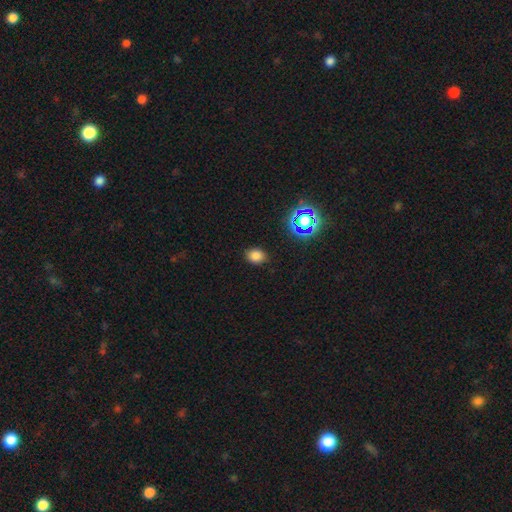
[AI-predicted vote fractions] smooth_or_featured: smooth (p=0.78) [alt: star or artifact p=0.16]
how_rounded: in between (p=0.58) [alt: round p=0.41]
merging: none (p=0.87) [alt: minor disturbance p=0.09]